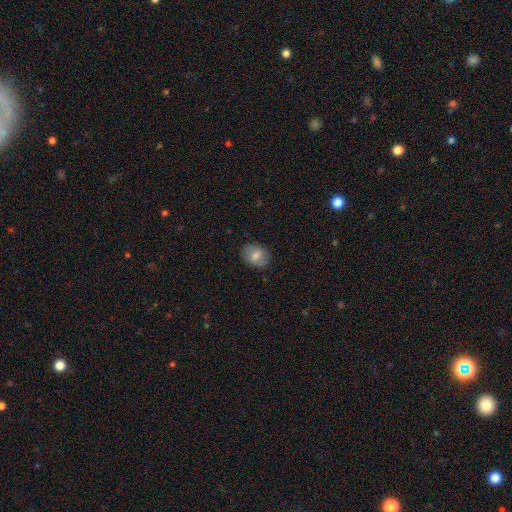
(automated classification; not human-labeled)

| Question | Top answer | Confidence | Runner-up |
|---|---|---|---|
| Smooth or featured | smooth | 73% | featured or disk (19%) |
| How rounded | in between | 62% | round (37%) |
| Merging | none | 84% | minor disturbance (12%) |